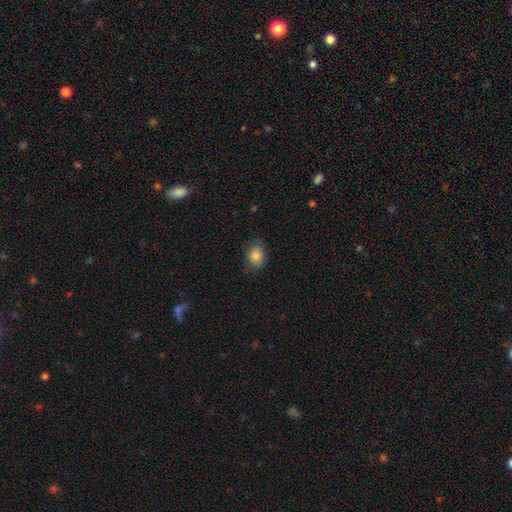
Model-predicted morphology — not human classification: Overall: smooth (84%). How rounded: in between (65%; round 34%). Merging: none (78%).